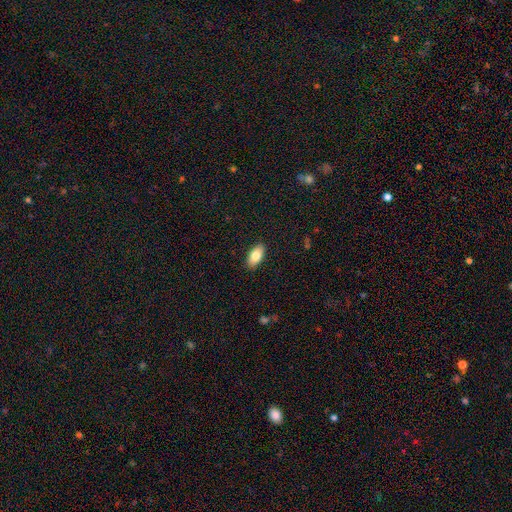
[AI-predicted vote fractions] Q: Smooth or featured?
A: smooth (81%); runner-up: featured or disk (13%)
Q: How rounded?
A: in between (92%); runner-up: cigar-shaped (5%)
Q: Merging?
A: none (89%); runner-up: minor disturbance (8%)